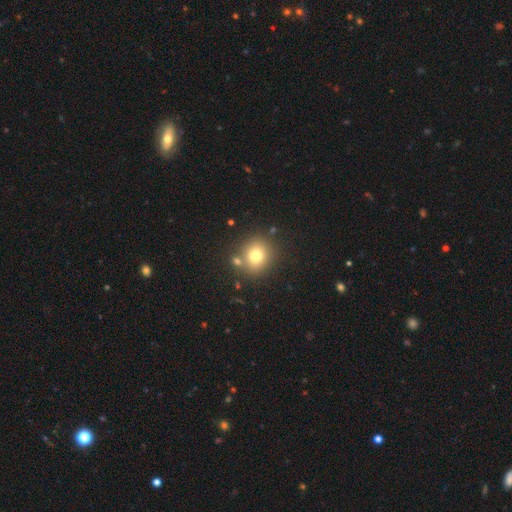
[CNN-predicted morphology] A smooth galaxy with no disk features (75%) that is round (84%). Merging: none (76%).